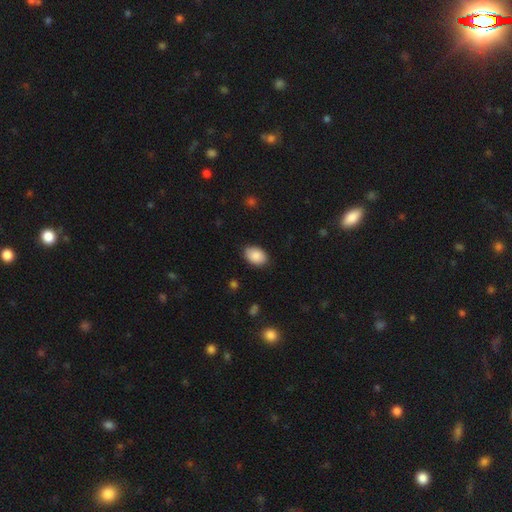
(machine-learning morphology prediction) type=smooth (89%); roundness=in between (87%); merging=none (86%).